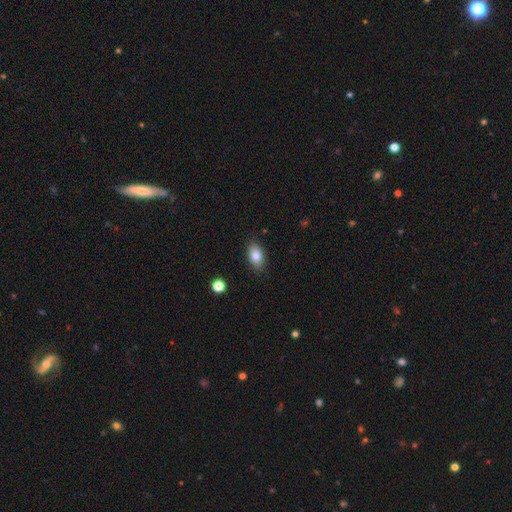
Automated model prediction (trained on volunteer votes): A smooth galaxy with no disk features (82%) that is in between round and cigar-shaped (90%). Merging: none (87%).